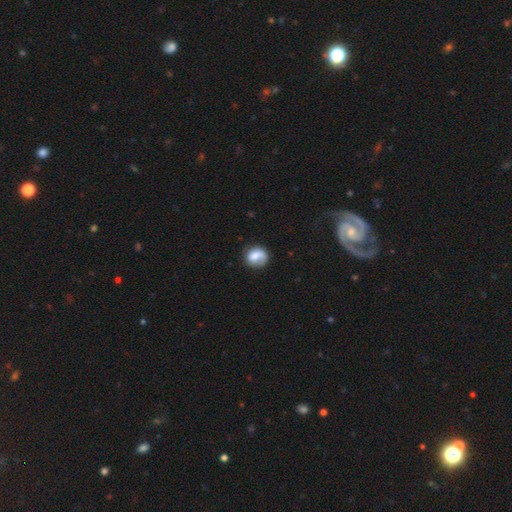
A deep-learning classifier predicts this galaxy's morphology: Smooth or featured?
  - smooth: 66% *
  - featured or disk: 26%
  - star or artifact: 8%
How rounded?
  - round: 77% *
  - in between: 22%
  - cigar-shaped: 1%
Merging?
  - none: 64% *
  - minor disturbance: 21%
  - major disturbance: 12%
  - merger: 3%